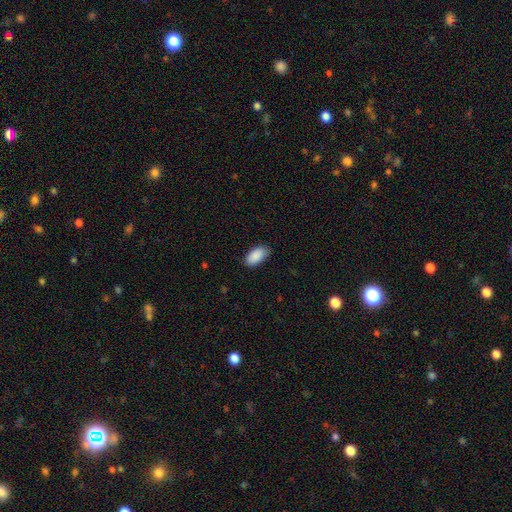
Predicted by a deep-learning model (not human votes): Smooth or featured?
  - smooth: 90% *
  - star or artifact: 6%
  - featured or disk: 4%
How rounded?
  - in between: 95% *
  - cigar-shaped: 3%
  - round: 3%
Merging?
  - none: 83% *
  - minor disturbance: 14%
  - major disturbance: 2%
  - merger: 1%